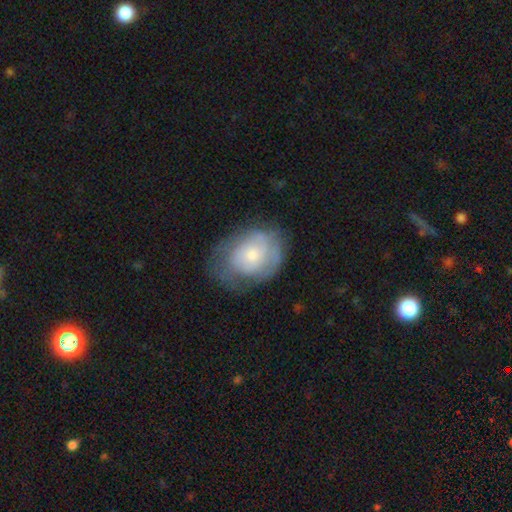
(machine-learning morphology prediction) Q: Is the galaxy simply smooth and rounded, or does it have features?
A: featured or disk — 52%.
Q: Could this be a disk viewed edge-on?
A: no — 95%.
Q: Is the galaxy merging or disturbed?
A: none — 63%.